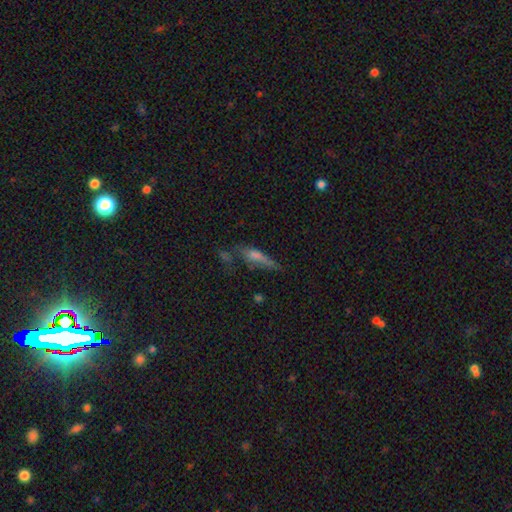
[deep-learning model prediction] Smooth or featured?
  - smooth: 46% *
  - featured or disk: 36%
  - star or artifact: 17%
Merging?
  - none: 45% *
  - minor disturbance: 24%
  - major disturbance: 18%
  - merger: 12%